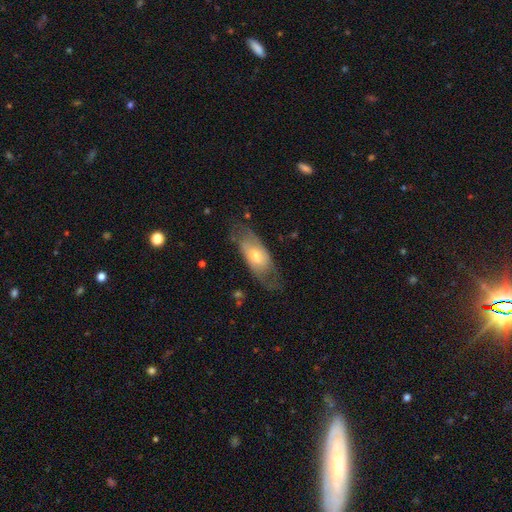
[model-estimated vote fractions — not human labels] Morphology: type=featured or disk (57%); edge-on=no (82%); merging=none (62%).